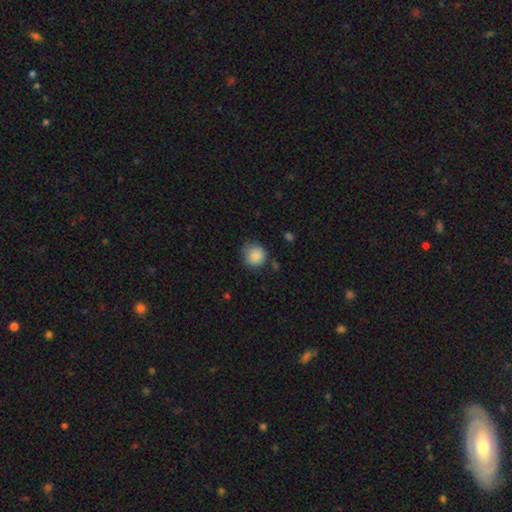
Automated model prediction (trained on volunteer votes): A smooth galaxy with no disk features (87%) that is round (88%). Merging: none (70%).